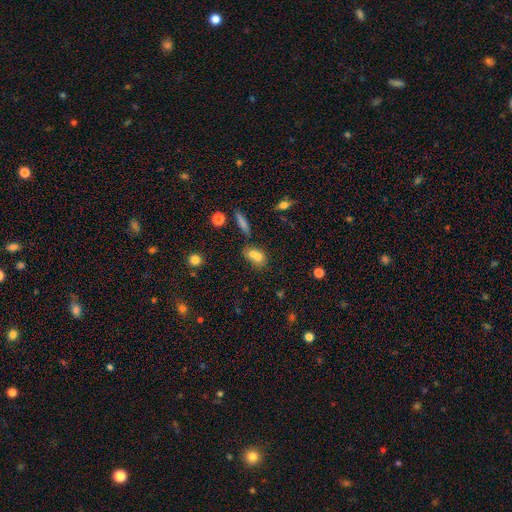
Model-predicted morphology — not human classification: Smooth or featured: smooth — 70% (featured or disk — 18%)
How rounded: in between — 52% (round — 44%)
Merging: merger — 61% (none — 27%)